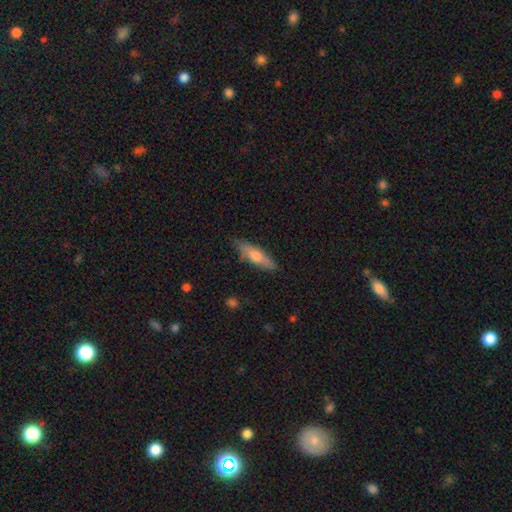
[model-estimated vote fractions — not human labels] smooth-or-featured: smooth: 55% | featured or disk: 39% | star or artifact: 6%
  how-rounded: cigar-shaped: 65% | in between: 32% | round: 2%
  merging: none: 82% | minor disturbance: 14% | major disturbance: 3% | merger: 1%